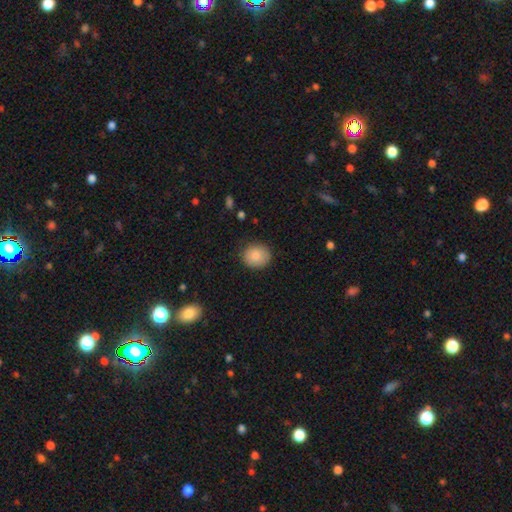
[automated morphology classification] Smooth or featured: smooth — 86% (star or artifact — 8%)
How rounded: round — 78% (in between — 21%)
Merging: none — 84% (minor disturbance — 12%)